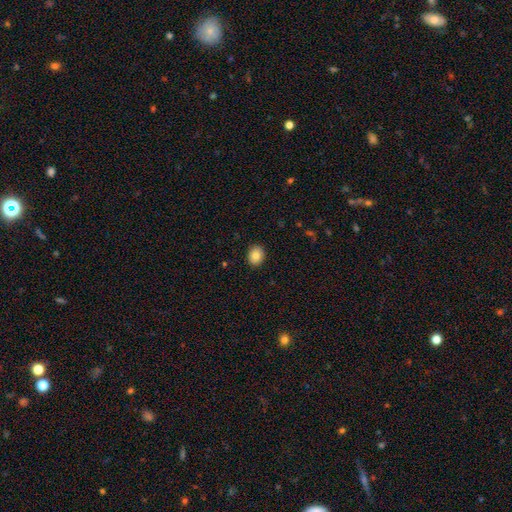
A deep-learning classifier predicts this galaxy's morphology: Q: Smooth or featured?
A: smooth (84%); runner-up: star or artifact (9%)
Q: How rounded?
A: round (58%); runner-up: in between (41%)
Q: Merging?
A: none (91%); runner-up: minor disturbance (7%)